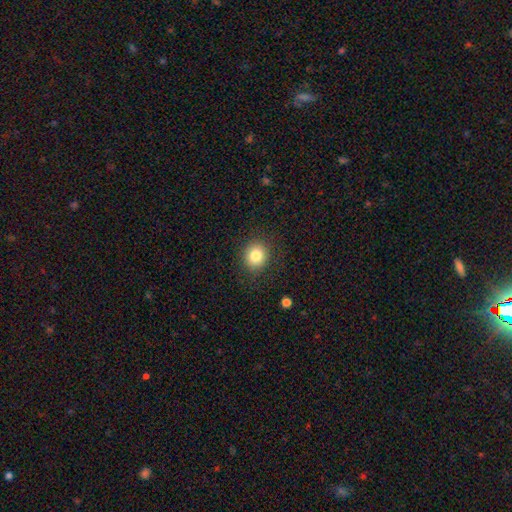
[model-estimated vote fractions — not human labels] smooth-or-featured: smooth: 82% | star or artifact: 11% | featured or disk: 8%
  how-rounded: round: 80% | in between: 19% | cigar-shaped: 1%
  merging: none: 88% | minor disturbance: 8% | major disturbance: 3% | merger: 1%